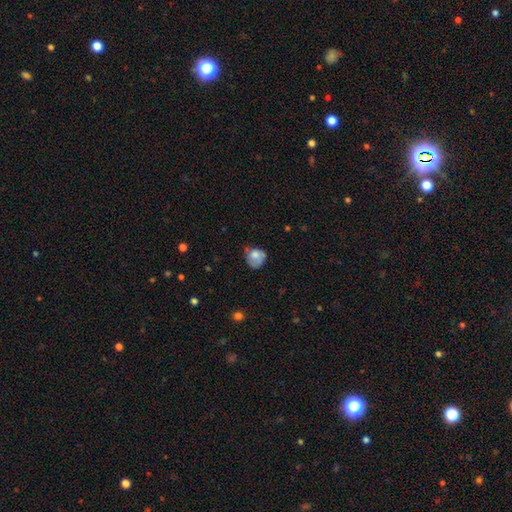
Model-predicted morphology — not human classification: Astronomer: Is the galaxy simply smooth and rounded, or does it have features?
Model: smooth — 69%.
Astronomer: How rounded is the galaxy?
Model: round — 66%.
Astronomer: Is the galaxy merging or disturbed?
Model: none — 43% (runner-up: minor disturbance, 35%).